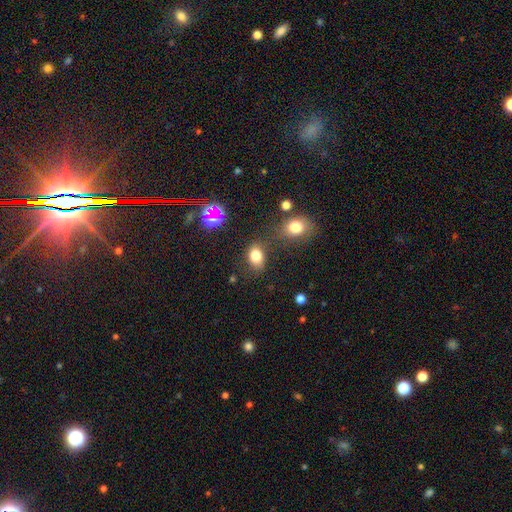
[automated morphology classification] Smooth or featured? smooth (77%)
How rounded? in between (69%)
Merging? none (69%)